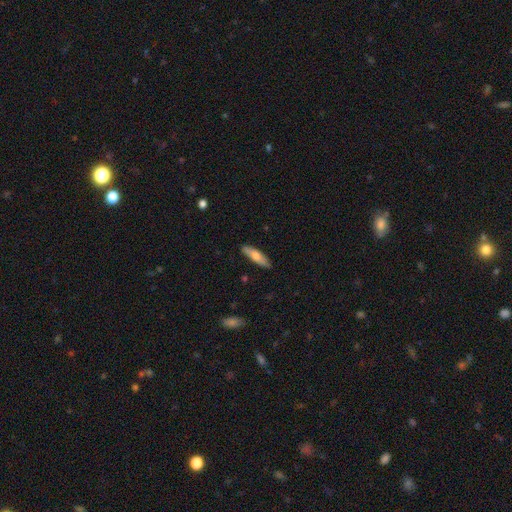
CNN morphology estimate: Smooth or featured: smooth — 68% (featured or disk — 26%)
How rounded: cigar-shaped — 61% (in between — 37%)
Merging: none — 87% (minor disturbance — 10%)